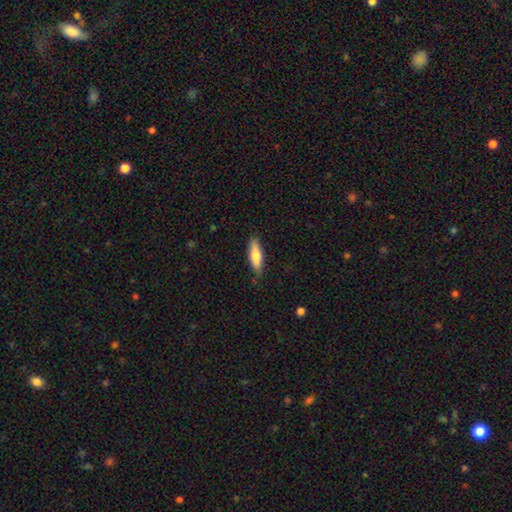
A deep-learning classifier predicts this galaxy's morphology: This appears to be a smooth galaxy with no disk features (69%) that is cigar-shaped (56%). Merging: none (84%).